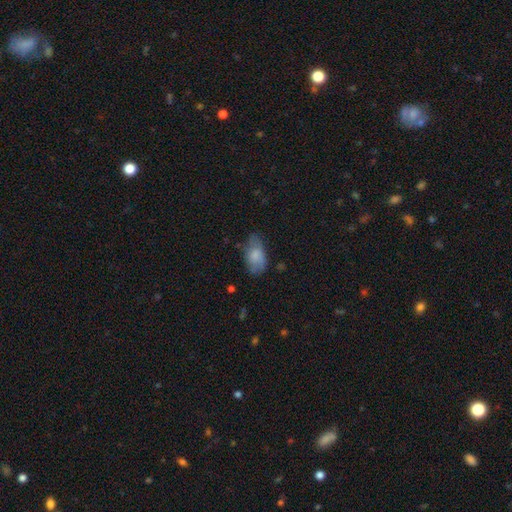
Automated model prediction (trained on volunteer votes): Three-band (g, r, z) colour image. It shows a smooth galaxy with no disk features (77%) that is in between round and cigar-shaped (92%). Merging: none (55%).